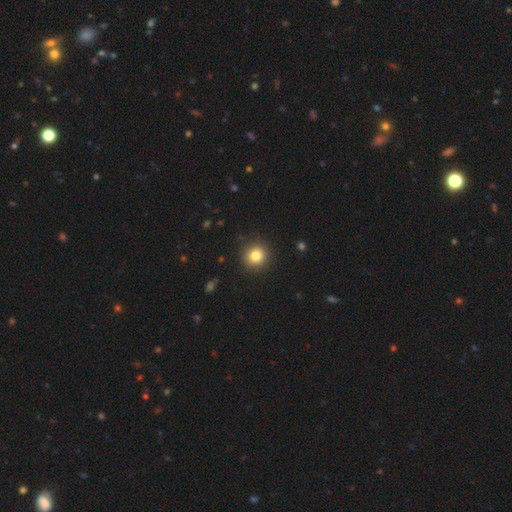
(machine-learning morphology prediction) Smooth or featured: smooth — 82% (star or artifact — 11%)
How rounded: round — 93% (in between — 6%)
Merging: none — 92% (minor disturbance — 5%)